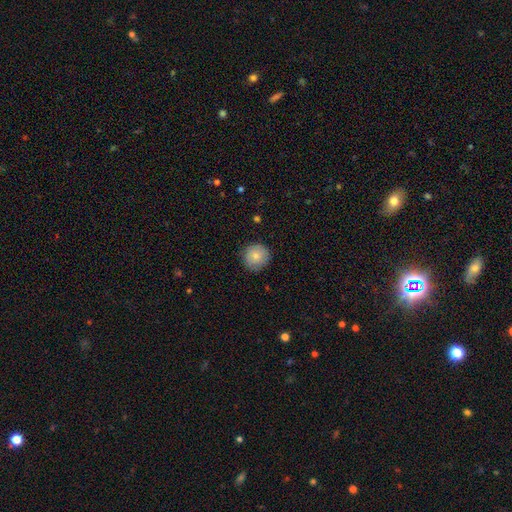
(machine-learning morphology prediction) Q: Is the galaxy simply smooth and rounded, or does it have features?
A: smooth — 81%.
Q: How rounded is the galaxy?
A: round — 92%.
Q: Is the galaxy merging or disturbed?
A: none — 84%.